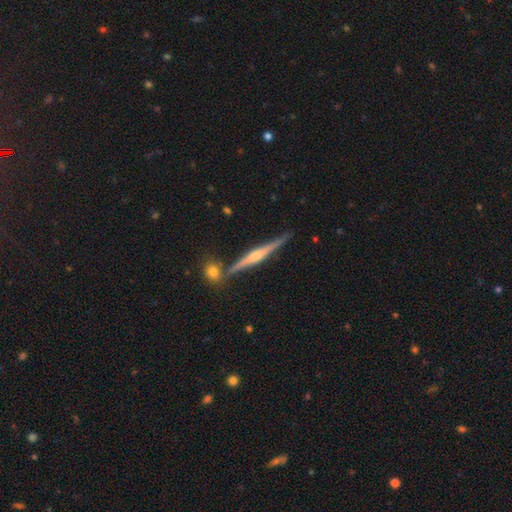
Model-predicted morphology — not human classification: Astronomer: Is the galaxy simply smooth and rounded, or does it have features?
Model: featured or disk — 76%.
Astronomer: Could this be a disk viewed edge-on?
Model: yes — 98%.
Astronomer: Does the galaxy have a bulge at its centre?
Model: rounded — 67%.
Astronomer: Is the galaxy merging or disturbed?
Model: none — 83%.